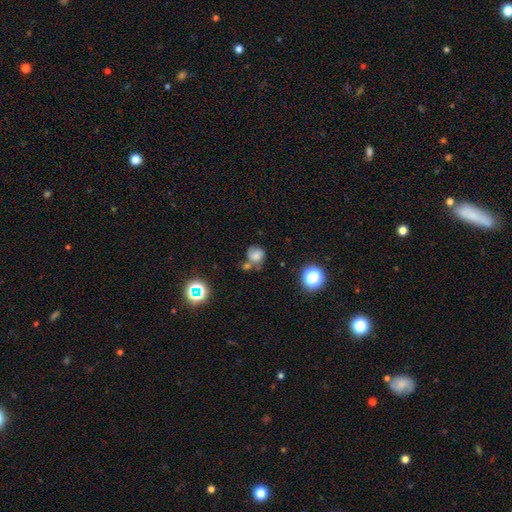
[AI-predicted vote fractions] A smooth galaxy with no disk features (63%) that is round (76%).

Vote fractions:
- Smooth or featured? smooth: 63% / featured or disk: 20% / star or artifact: 17%
- How rounded? round: 76% / in between: 23% / cigar-shaped: 1%
- Merging? none: 43% / merger: 25% / minor disturbance: 21% / major disturbance: 10%